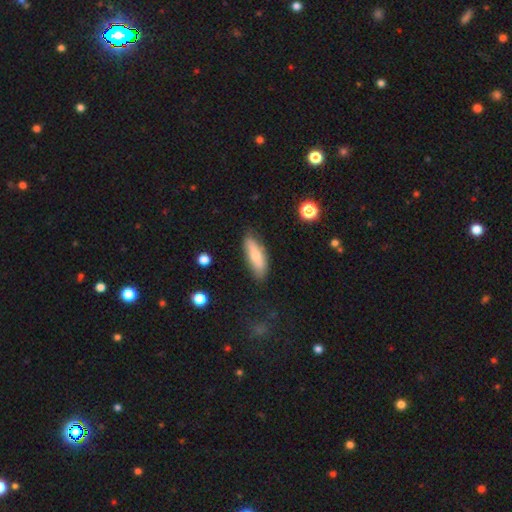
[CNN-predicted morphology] Q: Smooth or featured?
A: smooth (66%); runner-up: featured or disk (28%)
Q: How rounded?
A: in between (50%); runner-up: cigar-shaped (48%)
Q: Merging?
A: none (76%); runner-up: minor disturbance (18%)